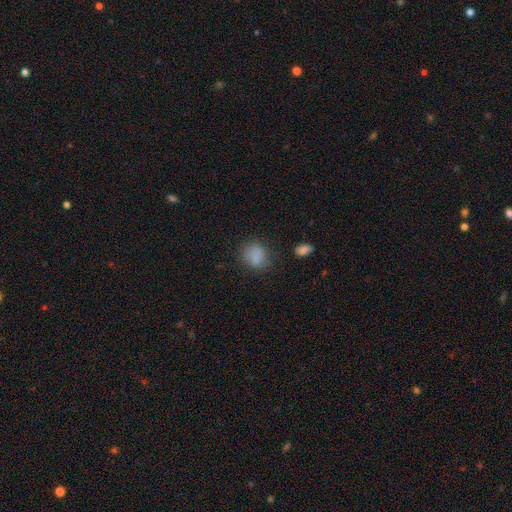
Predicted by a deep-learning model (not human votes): A smooth galaxy with no disk features (80%) that is round (58%). Merging: none (68%).